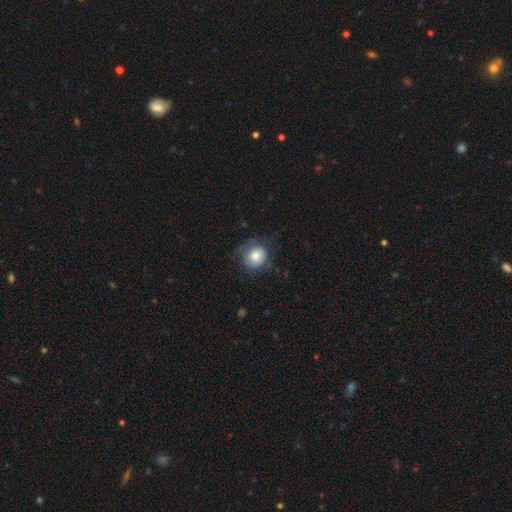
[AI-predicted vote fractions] Q: Smooth or featured?
A: smooth (73%); runner-up: featured or disk (19%)
Q: How rounded?
A: round (81%); runner-up: in between (18%)
Q: Merging?
A: none (62%); runner-up: minor disturbance (23%)